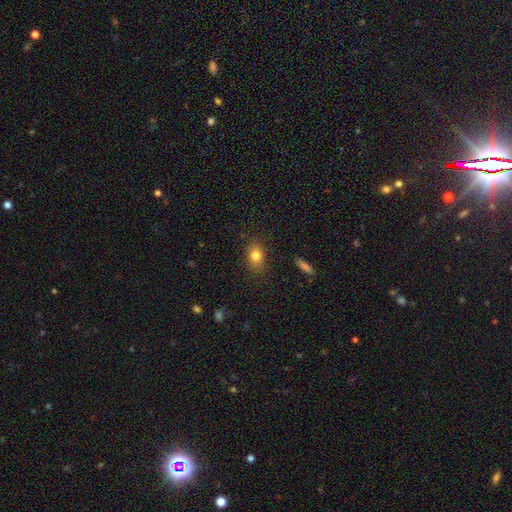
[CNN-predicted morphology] A smooth galaxy with no disk features (81%) that is in between round and cigar-shaped (66%). Merging: none (82%).